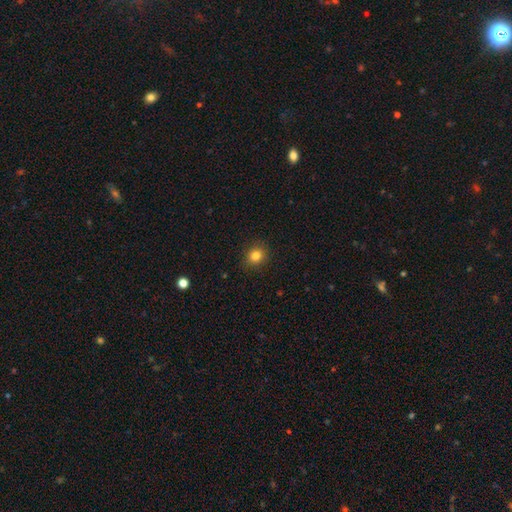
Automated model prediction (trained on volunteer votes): Smooth or featured? smooth (82%)
How rounded? round (74%)
Merging? none (89%)